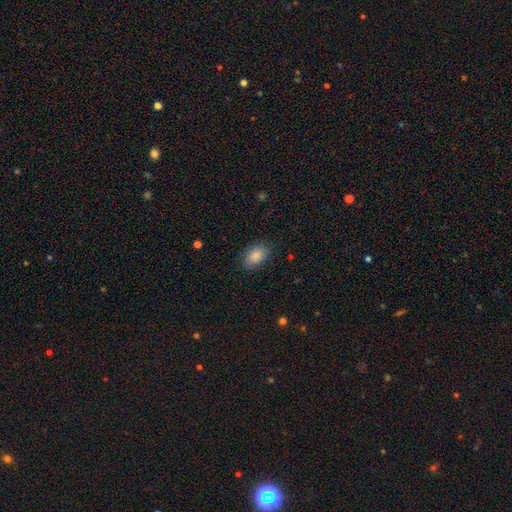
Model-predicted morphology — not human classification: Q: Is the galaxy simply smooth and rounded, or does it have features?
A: smooth — 88%.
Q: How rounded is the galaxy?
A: in between — 90%.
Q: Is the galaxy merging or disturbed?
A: none — 84%.